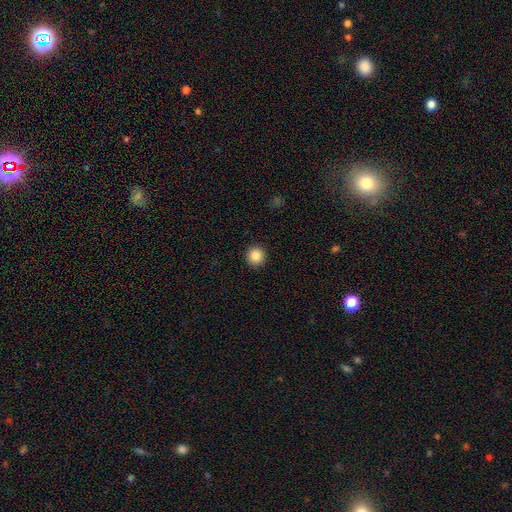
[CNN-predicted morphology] Smooth or featured?
  - smooth: 87% *
  - star or artifact: 10%
  - featured or disk: 4%
How rounded?
  - round: 95% *
  - in between: 4%
  - cigar-shaped: 1%
Merging?
  - none: 93% *
  - minor disturbance: 5%
  - major disturbance: 2%
  - merger: 1%